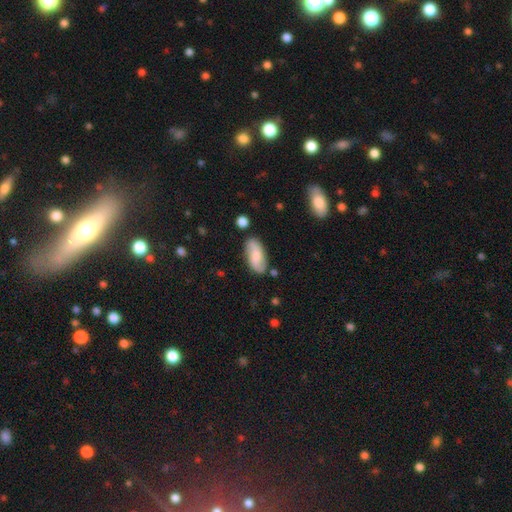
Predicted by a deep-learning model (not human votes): This is possibly a smooth galaxy (58%). How rounded: clearly in between (87%). Merging: likely none (78%).